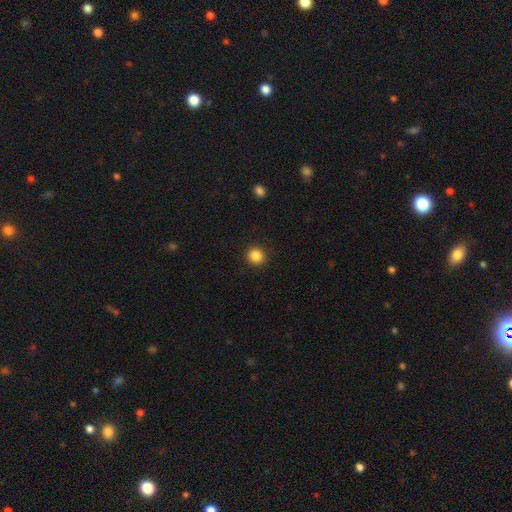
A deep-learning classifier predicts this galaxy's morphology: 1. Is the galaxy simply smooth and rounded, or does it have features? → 86% smooth, 10% star or artifact, 4% featured or disk.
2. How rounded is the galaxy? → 90% round, 9% in between, 1% cigar-shaped.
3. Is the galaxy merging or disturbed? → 92% none, 5% minor disturbance, 2% major disturbance, 1% merger.